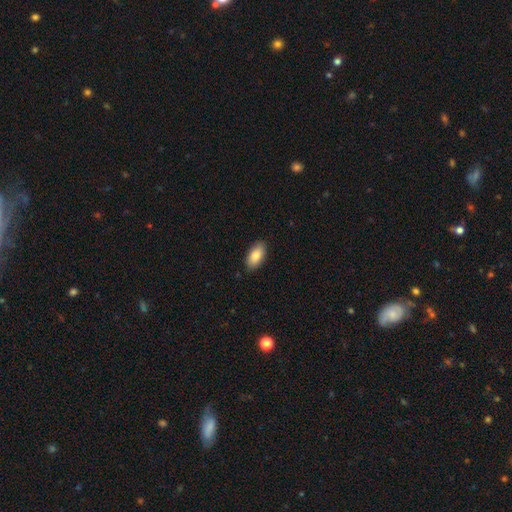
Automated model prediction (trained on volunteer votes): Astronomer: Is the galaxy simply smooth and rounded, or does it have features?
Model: smooth — 85%.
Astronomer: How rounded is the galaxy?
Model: in between — 93%.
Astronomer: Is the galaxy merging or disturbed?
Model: none — 87%.